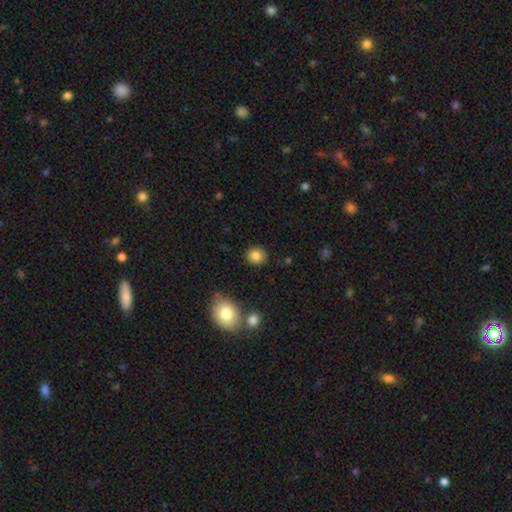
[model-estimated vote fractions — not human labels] This is clearly a smooth galaxy (84%). How rounded: clearly round (85%). Merging: clearly none (87%).